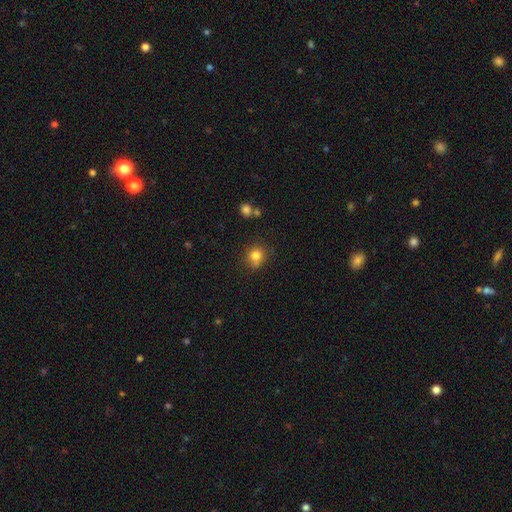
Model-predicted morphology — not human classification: Smooth or featured: smooth — 80% (star or artifact — 12%)
How rounded: round — 82% (in between — 17%)
Merging: none — 70% (minor disturbance — 19%)